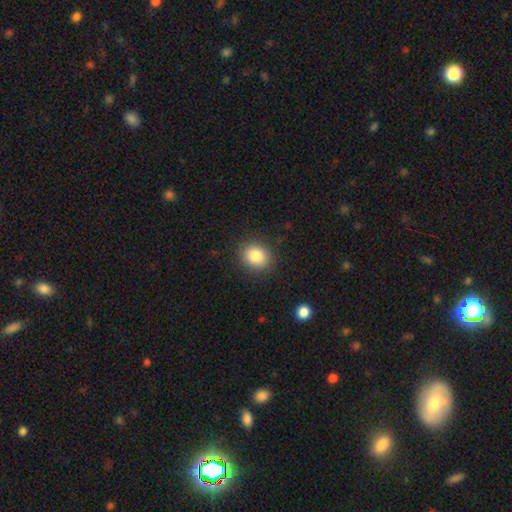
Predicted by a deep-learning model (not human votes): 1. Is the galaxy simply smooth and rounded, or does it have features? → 84% smooth, 9% star or artifact, 6% featured or disk.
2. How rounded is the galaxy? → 68% round, 31% in between, 1% cigar-shaped.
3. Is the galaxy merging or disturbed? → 88% none, 8% minor disturbance, 3% major disturbance, 1% merger.